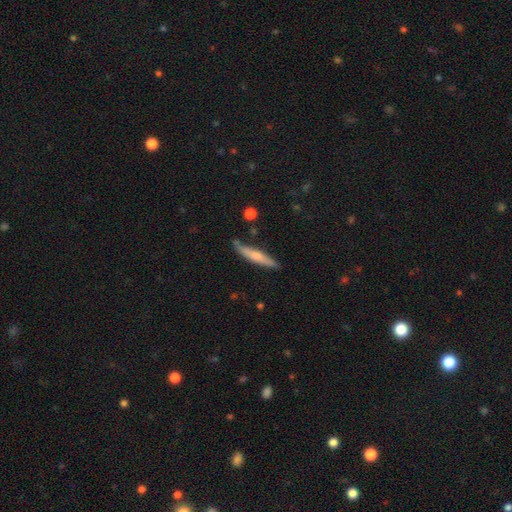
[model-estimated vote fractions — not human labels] A smooth galaxy with no disk features (55%) that is cigar-shaped (90%).

Vote fractions:
- Smooth or featured? smooth: 55% / featured or disk: 40% / star or artifact: 6%
- How rounded? cigar-shaped: 90% / in between: 8% / round: 2%
- Merging? none: 78% / minor disturbance: 16% / merger: 3% / major disturbance: 3%